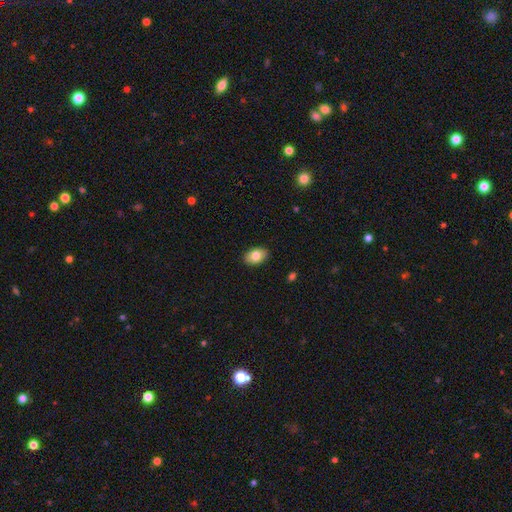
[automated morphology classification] Overall: smooth (81%). How rounded: in between (88%). Merging: none (89%).